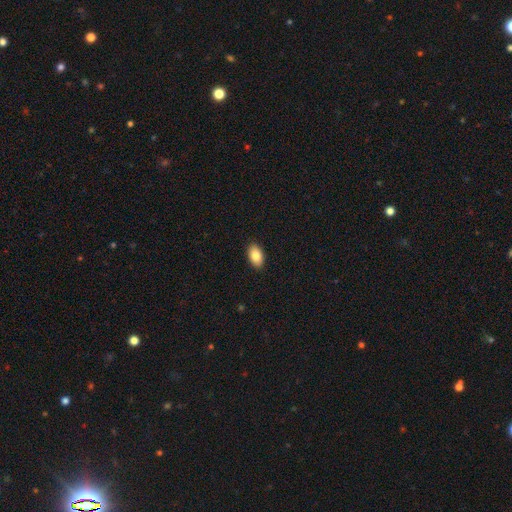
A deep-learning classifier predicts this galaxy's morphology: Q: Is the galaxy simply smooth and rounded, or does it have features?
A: smooth — 85%.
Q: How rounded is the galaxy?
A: in between — 93%.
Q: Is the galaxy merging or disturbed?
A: none — 90%.